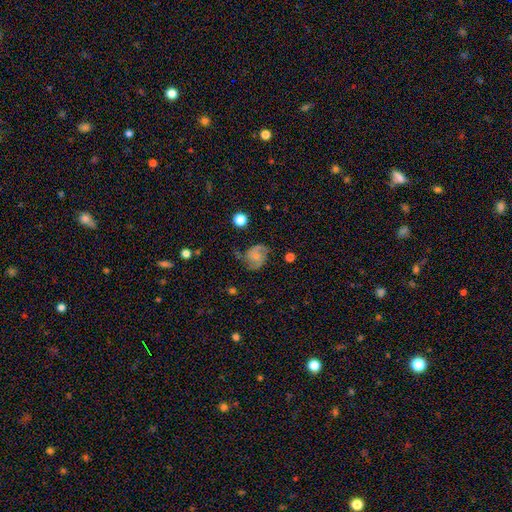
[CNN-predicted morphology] This appears to be a featured or disk galaxy (63%) with no bar (65%), 2 (85%) medium (50%) spiral arms (92%) and a small central bulge (44%). Merging: none (64%).